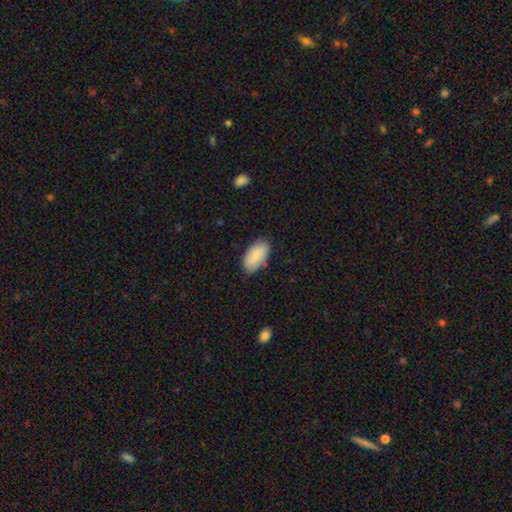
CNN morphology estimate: Smooth or featured? smooth (85%)
How rounded? in between (95%)
Merging? none (79%)